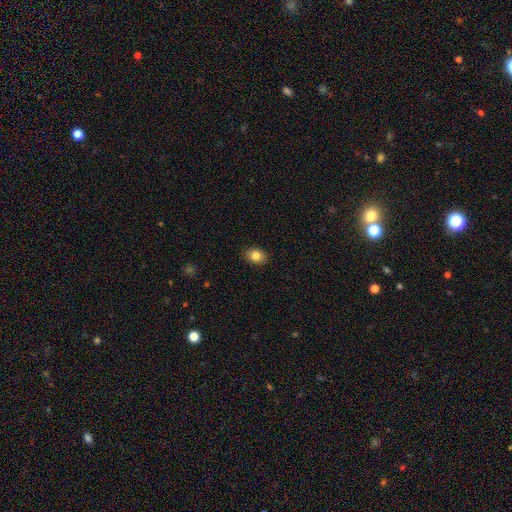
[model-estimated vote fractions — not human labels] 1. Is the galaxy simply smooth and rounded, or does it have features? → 84% smooth, 9% star or artifact, 7% featured or disk.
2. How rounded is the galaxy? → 65% in between, 34% round, 1% cigar-shaped.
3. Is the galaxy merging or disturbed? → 89% none, 8% minor disturbance, 2% major disturbance, 1% merger.